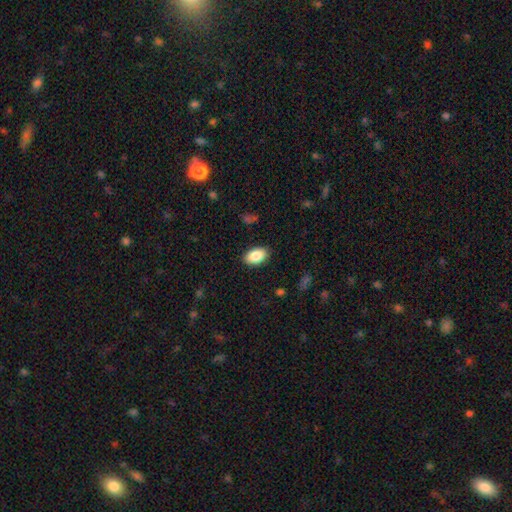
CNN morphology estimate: smooth_or_featured: smooth (p=0.87) [alt: star or artifact p=0.07]
how_rounded: in between (p=0.93) [alt: round p=0.05]
merging: none (p=0.88) [alt: minor disturbance p=0.09]